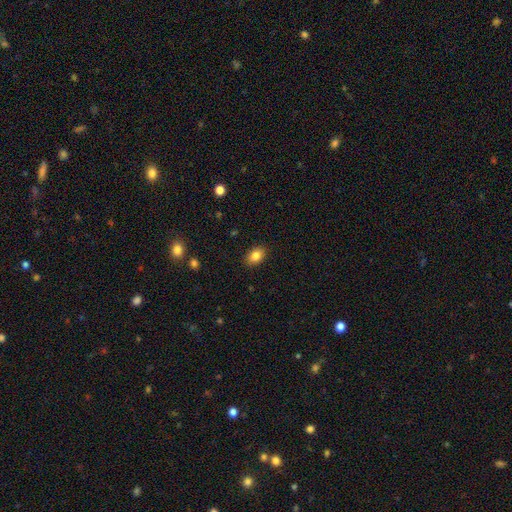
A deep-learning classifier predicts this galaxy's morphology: A smooth galaxy with no disk features (84%) that is in between round and cigar-shaped (82%). Merging: none (88%).